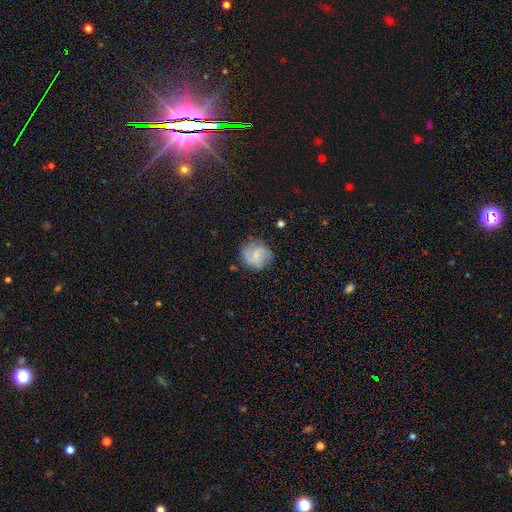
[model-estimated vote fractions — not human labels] Smooth or featured: featured or disk — 54% (smooth — 38%)
Edge-on disk: no — 98% (yes — 2%)
Bar: no — 45% (tied with weak — 45%)
Spiral arms: yes — 86% (no — 14%)
Bulge size: small — 67% (moderate — 22%)
Merging: none — 74% (minor disturbance — 18%)